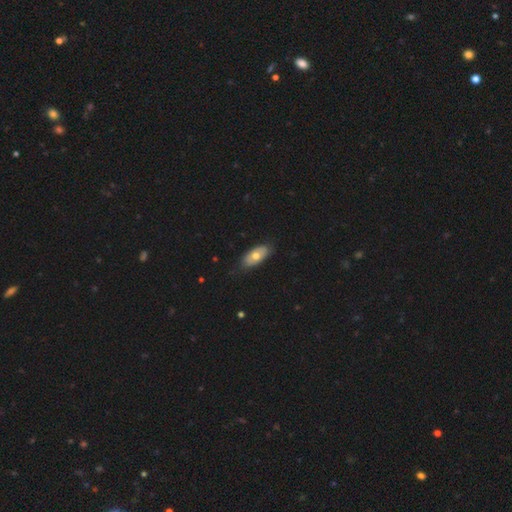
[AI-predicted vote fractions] Smooth or featured?
  - smooth: 63% *
  - featured or disk: 32%
  - star or artifact: 6%
How rounded?
  - in between: 90% *
  - cigar-shaped: 7%
  - round: 3%
Merging?
  - none: 80% *
  - minor disturbance: 16%
  - major disturbance: 3%
  - merger: 1%